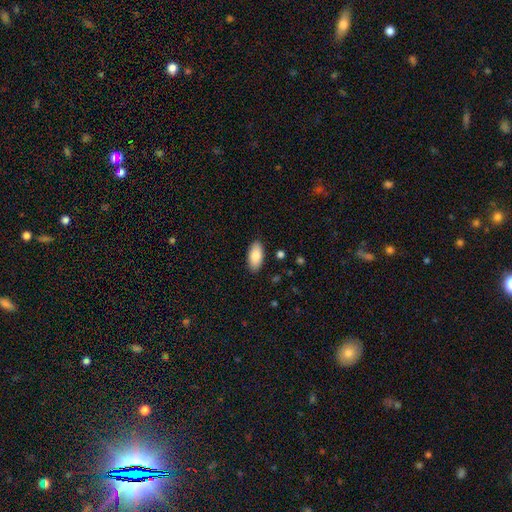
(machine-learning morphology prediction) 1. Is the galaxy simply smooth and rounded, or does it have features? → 85% smooth, 8% featured or disk, 6% star or artifact.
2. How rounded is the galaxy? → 92% in between, 6% cigar-shaped, 2% round.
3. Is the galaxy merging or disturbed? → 88% none, 9% minor disturbance, 2% major disturbance, 1% merger.